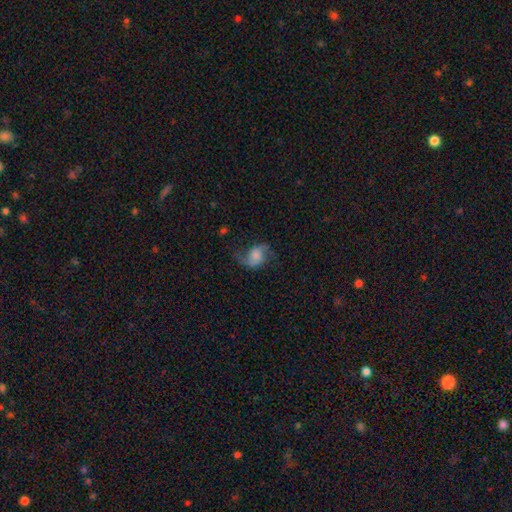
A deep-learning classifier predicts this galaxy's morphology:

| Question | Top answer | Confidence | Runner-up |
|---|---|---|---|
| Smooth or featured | featured or disk | 72% | smooth (20%) |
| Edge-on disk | no | 97% | yes (3%) |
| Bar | no | 61% | weak (32%) |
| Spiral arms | yes | 94% | no (6%) |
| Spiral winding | loose | 67% | medium (28%) |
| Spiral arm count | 2 | 89% | 1 (5%) |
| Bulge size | moderate | 30% | small (27%) |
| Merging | none | 66% | minor disturbance (19%) |